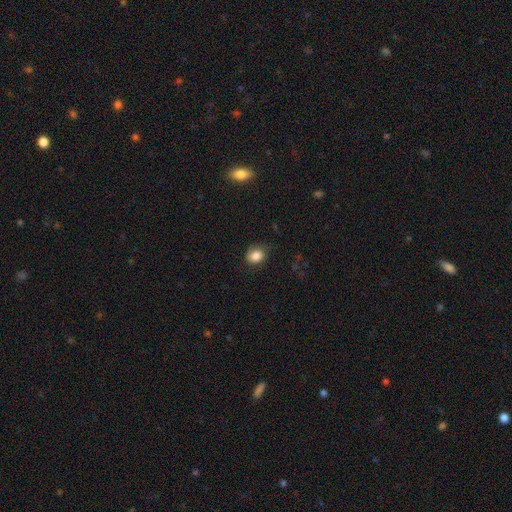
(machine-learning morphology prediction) Q: Smooth or featured?
A: smooth (84%); runner-up: star or artifact (9%)
Q: How rounded?
A: round (51%); runner-up: in between (48%)
Q: Merging?
A: none (71%); runner-up: minor disturbance (22%)